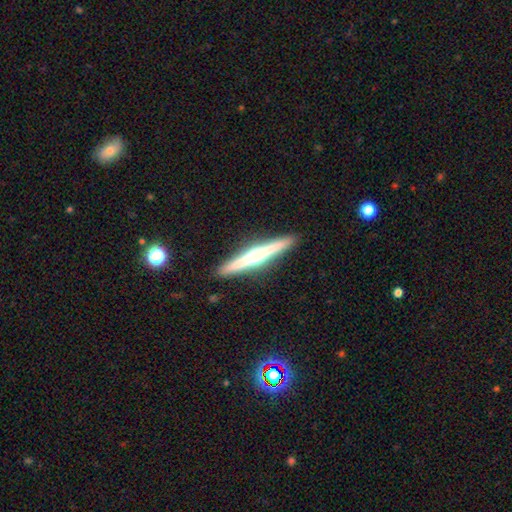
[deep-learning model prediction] A featured or disk galaxy (70%) viewed edge-on (98%) with a rounded central bulge (81%). Merging: none (91%).